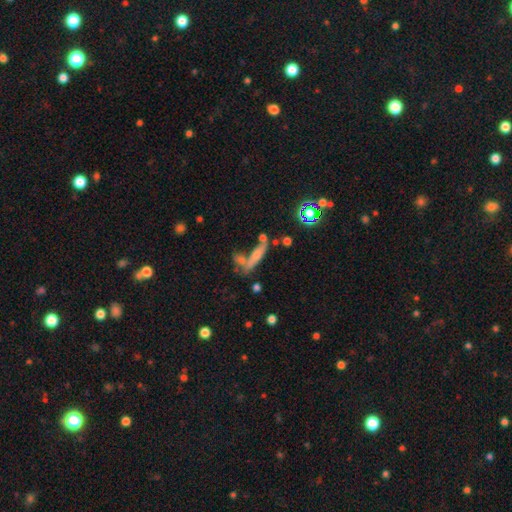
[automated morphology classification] A smooth galaxy with no disk features (57%) that is cigar-shaped (73%).

Vote fractions:
- Smooth or featured? smooth: 57% / featured or disk: 29% / star or artifact: 14%
- How rounded? cigar-shaped: 73% / in between: 22% / round: 4%
- Merging? none: 46% / merger: 30% / minor disturbance: 15% / major disturbance: 9%